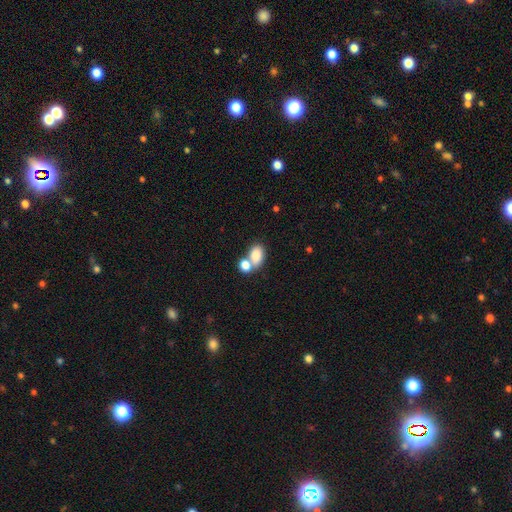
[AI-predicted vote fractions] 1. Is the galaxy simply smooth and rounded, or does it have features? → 82% smooth, 9% featured or disk, 9% star or artifact.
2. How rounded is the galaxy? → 79% in between, 19% round, 1% cigar-shaped.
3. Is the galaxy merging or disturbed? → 51% merger, 35% none, 9% minor disturbance, 4% major disturbance.